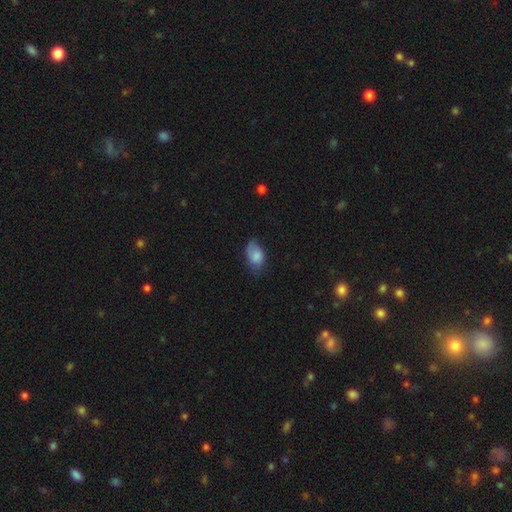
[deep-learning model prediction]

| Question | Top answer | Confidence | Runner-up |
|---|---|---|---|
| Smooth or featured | smooth | 75% | featured or disk (18%) |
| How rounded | in between | 88% | round (10%) |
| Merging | none | 50% | minor disturbance (36%) |